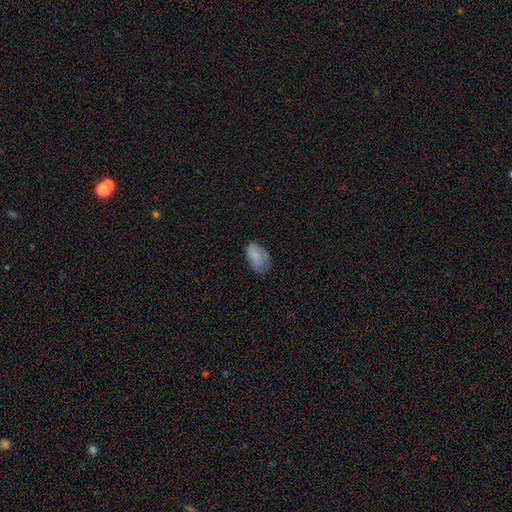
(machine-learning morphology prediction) The model was most divided on "merging": none: 63%, minor disturbance: 28%, major disturbance: 8%, merger: 1%. More confident: how rounded — in between (91%); smooth or featured — smooth (79%).